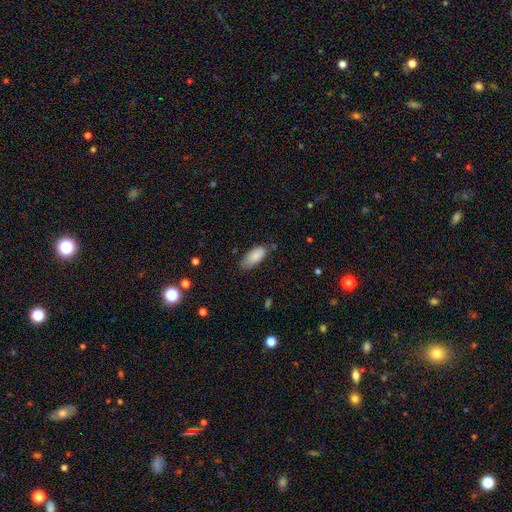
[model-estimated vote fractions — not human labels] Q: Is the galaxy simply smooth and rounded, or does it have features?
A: smooth — 86%.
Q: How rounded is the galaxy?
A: in between — 90%.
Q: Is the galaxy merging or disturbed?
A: none — 67%.